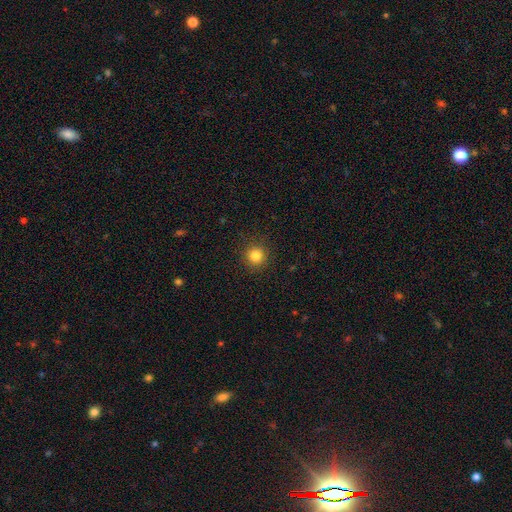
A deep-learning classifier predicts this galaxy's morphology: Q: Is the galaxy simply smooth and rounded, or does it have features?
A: smooth — 84%.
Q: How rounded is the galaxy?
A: round — 94%.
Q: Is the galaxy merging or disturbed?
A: none — 91%.